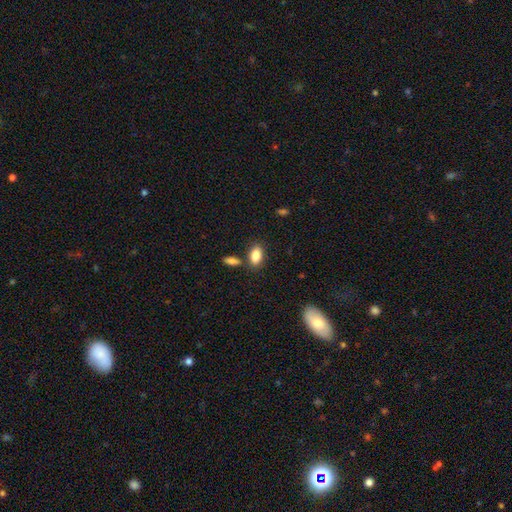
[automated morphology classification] This is clearly a smooth galaxy (85%). How rounded: clearly in between (90%). Merging: likely none (75%).